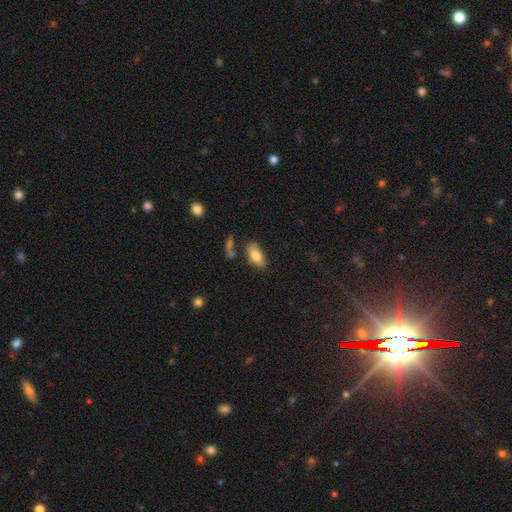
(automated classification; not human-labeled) A smooth galaxy with no disk features (79%) that is in between round and cigar-shaped (90%). Merging: none (69%).